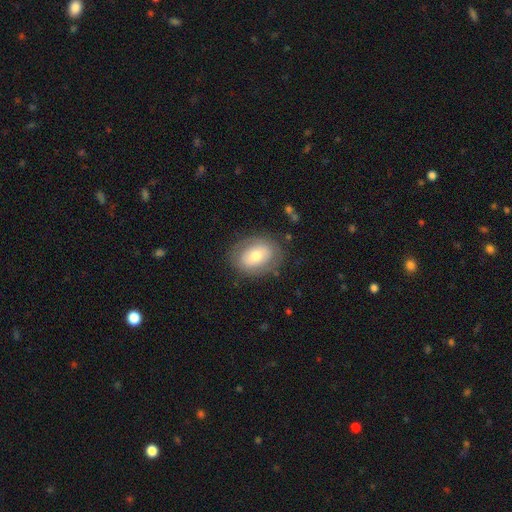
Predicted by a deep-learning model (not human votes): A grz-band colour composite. It shows a smooth galaxy with no disk features (59%) that is in between round and cigar-shaped (70%). Merging: none (79%).